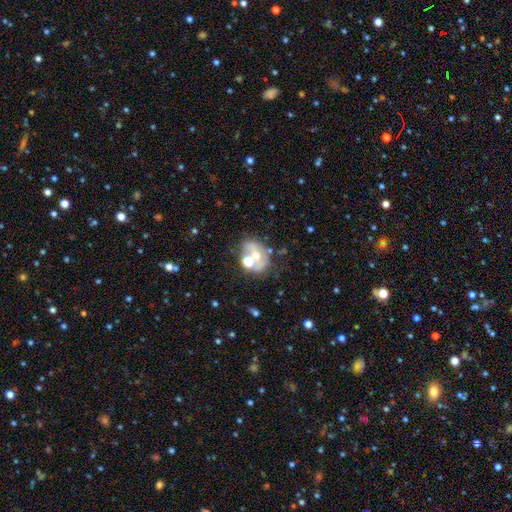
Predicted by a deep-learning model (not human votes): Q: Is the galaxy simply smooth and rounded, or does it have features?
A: featured or disk — 47%.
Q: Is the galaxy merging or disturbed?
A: none — 42%.